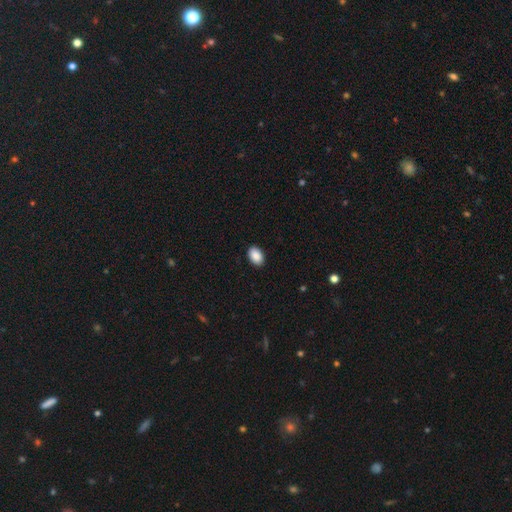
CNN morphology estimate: smooth_or_featured: smooth (p=0.90) [alt: star or artifact p=0.07]
how_rounded: in between (p=0.89) [alt: round p=0.10]
merging: none (p=0.90) [alt: minor disturbance p=0.07]